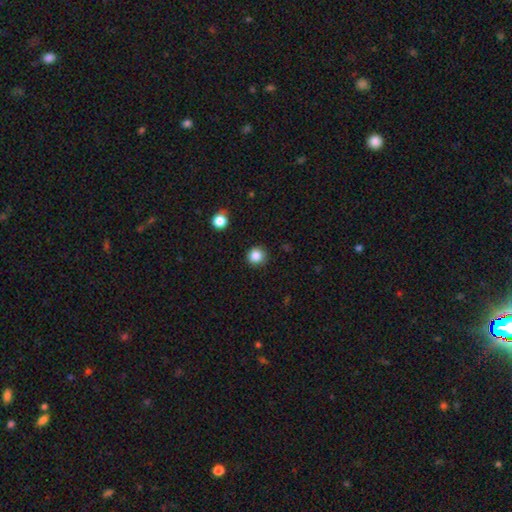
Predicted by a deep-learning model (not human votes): A smooth galaxy with no disk features (85%) that is round (93%). Merging: none (90%).